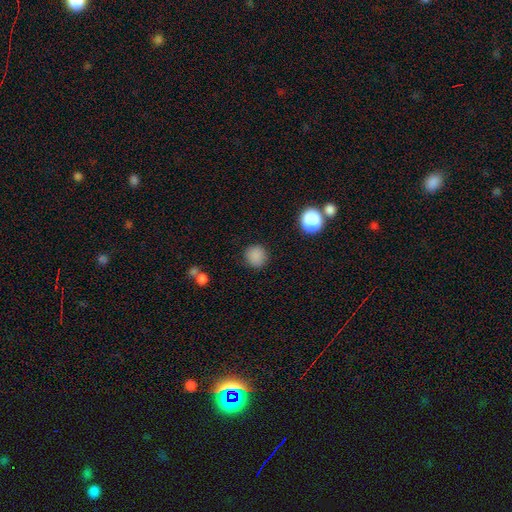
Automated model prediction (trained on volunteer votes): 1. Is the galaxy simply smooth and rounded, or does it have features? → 85% smooth, 11% star or artifact, 4% featured or disk.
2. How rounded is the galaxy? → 91% round, 8% in between, 1% cigar-shaped.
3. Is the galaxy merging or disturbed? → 88% none, 8% minor disturbance, 3% major disturbance, 2% merger.